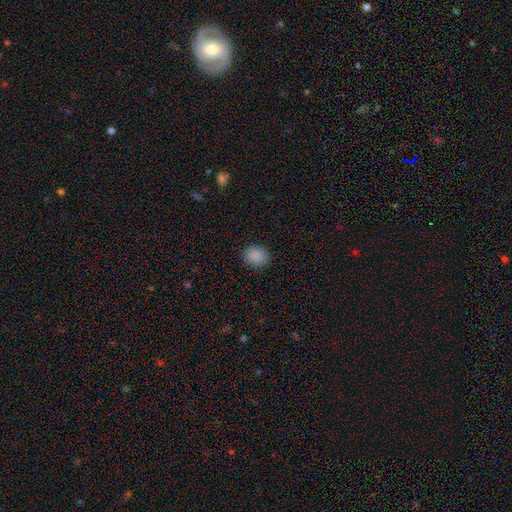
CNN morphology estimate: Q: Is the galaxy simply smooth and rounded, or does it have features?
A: smooth — 88%.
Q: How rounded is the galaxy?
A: round — 58%.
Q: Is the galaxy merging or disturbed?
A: none — 89%.